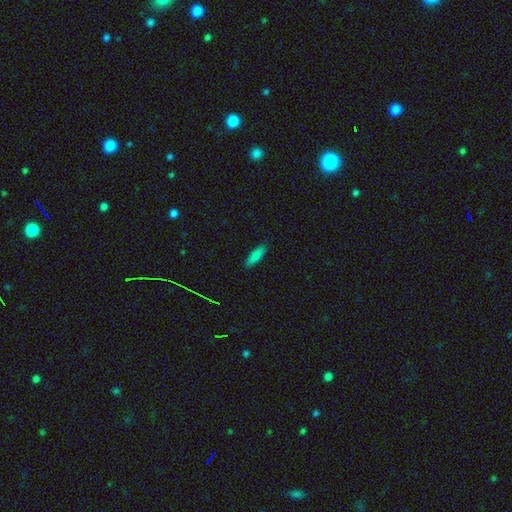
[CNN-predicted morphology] smooth-or-featured: smooth: 83% | featured or disk: 9% | star or artifact: 9%
  how-rounded: in between: 52% | cigar-shaped: 46% | round: 2%
  merging: none: 88% | minor disturbance: 9% | major disturbance: 2% | merger: 1%